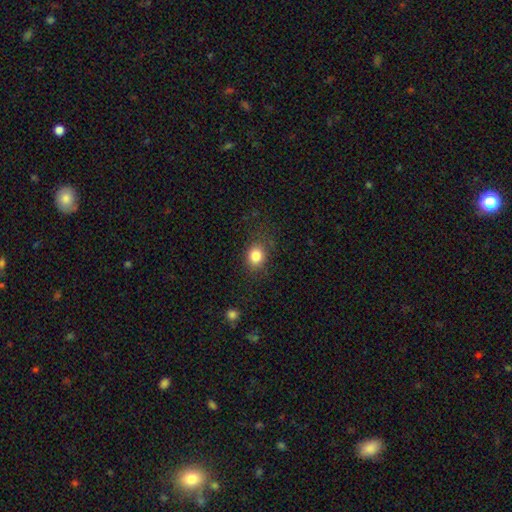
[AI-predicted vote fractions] Smooth or featured?
  - smooth: 83% *
  - star or artifact: 11%
  - featured or disk: 6%
How rounded?
  - round: 66% *
  - in between: 33%
  - cigar-shaped: 1%
Merging?
  - none: 81% *
  - minor disturbance: 13%
  - major disturbance: 5%
  - merger: 1%